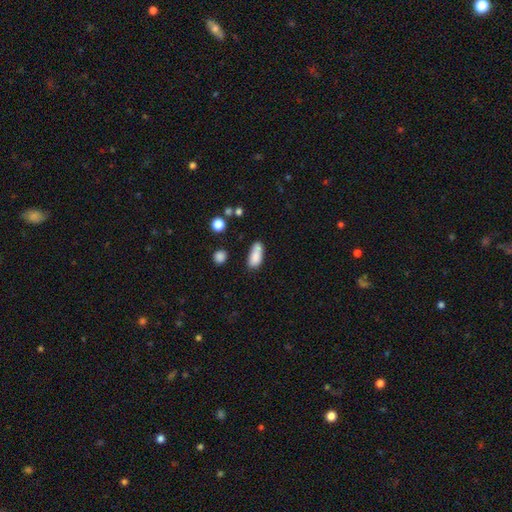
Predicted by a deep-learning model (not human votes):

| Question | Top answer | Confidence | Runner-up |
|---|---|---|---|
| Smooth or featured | smooth | 83% | featured or disk (9%) |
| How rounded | in between | 78% | cigar-shaped (19%) |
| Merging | none | 56% | minor disturbance (24%) |